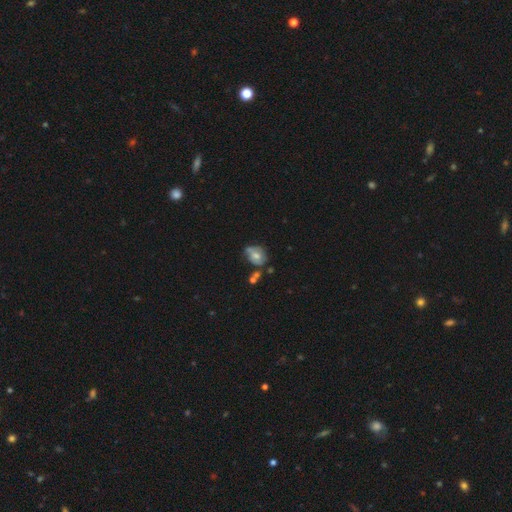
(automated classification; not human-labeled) Overall: smooth (47%; featured or disk 44%). Merging: none (43%; minor disturbance 28%).